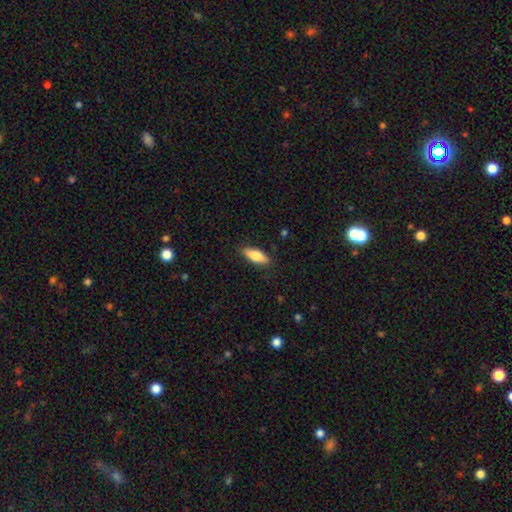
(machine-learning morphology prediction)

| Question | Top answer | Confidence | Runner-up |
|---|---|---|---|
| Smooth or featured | smooth | 77% | featured or disk (17%) |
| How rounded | in between | 66% | cigar-shaped (32%) |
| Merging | none | 87% | minor disturbance (10%) |